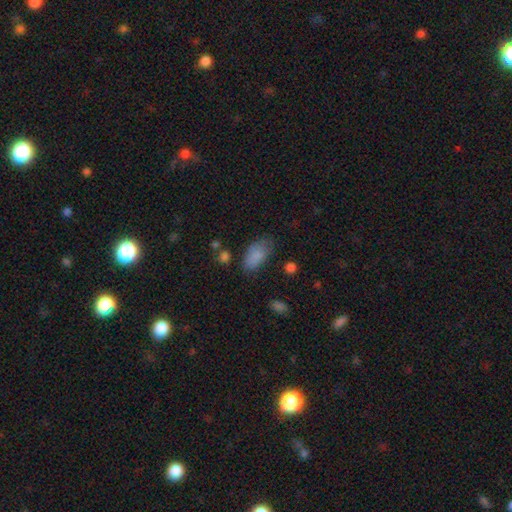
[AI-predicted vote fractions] Morphology: type=smooth (84%); roundness=in between (93%); merging=none (64%).